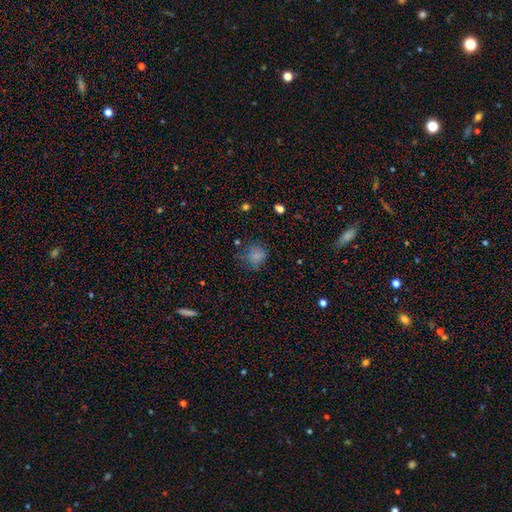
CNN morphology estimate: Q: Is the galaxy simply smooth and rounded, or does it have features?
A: smooth — 77%.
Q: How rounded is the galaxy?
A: round — 71%.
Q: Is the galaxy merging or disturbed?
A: none — 61%.